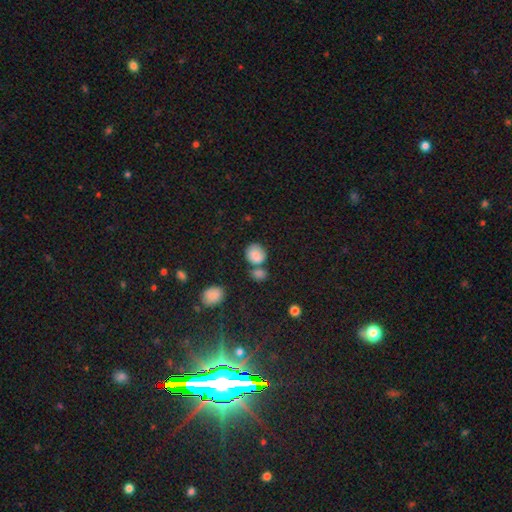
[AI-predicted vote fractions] smooth-or-featured: smooth: 83% | star or artifact: 10% | featured or disk: 8%
  how-rounded: round: 65% | in between: 34% | cigar-shaped: 1%
  merging: none: 47% | merger: 32% | minor disturbance: 15% | major disturbance: 6%